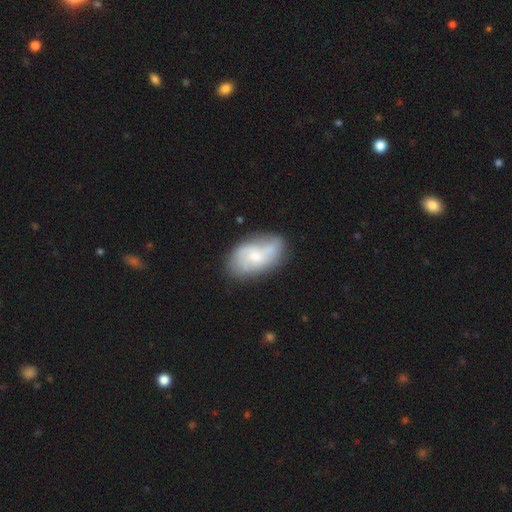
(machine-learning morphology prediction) smooth-or-featured: featured or disk: 57% | smooth: 36% | star or artifact: 7%
  disk-edge-on: no: 96% | yes: 4%
    bar: no: 66% | weak: 29% | strong: 5%
    has-spiral-arms: yes: 72% | no: 28%
    bulge-size: small: 48% | moderate: 41% | none: 6% | large: 4% | dominant: 1%
  merging: none: 57% | minor disturbance: 24% | major disturbance: 10% | merger: 8%